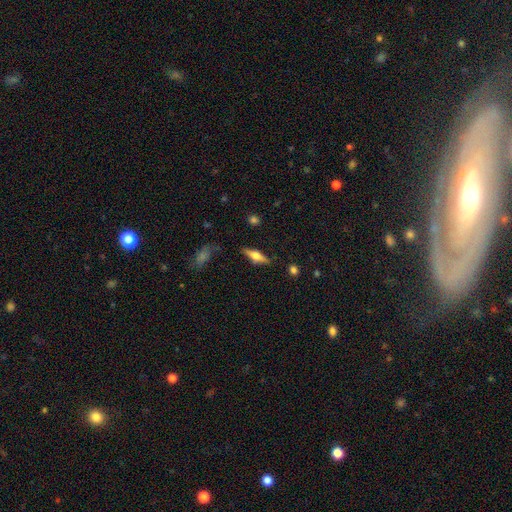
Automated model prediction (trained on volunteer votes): A featured or disk galaxy (58%) viewed edge-on (95%) with a rounded central bulge (92%). Merging: none (84%).